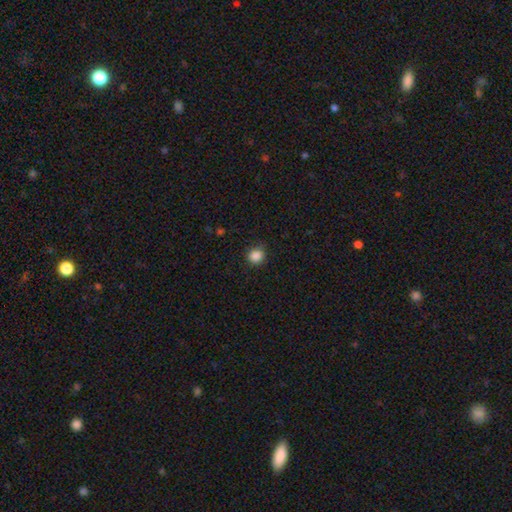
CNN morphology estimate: Smooth or featured? smooth (87%)
How rounded? round (88%)
Merging? none (85%)